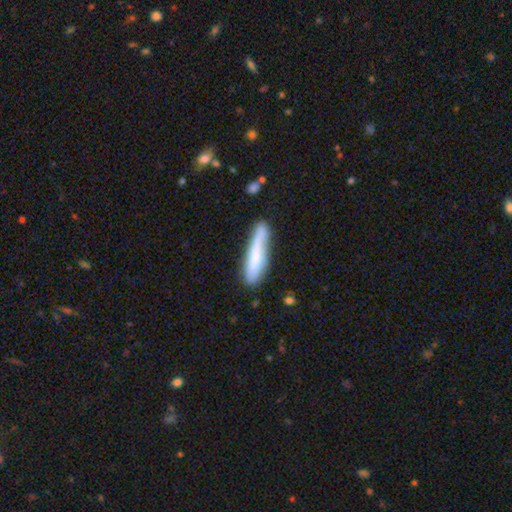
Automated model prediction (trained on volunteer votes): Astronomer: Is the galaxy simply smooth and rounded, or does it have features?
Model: smooth — 71%.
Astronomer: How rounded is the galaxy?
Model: cigar-shaped — 84%.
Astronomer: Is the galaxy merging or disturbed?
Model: none — 65%.